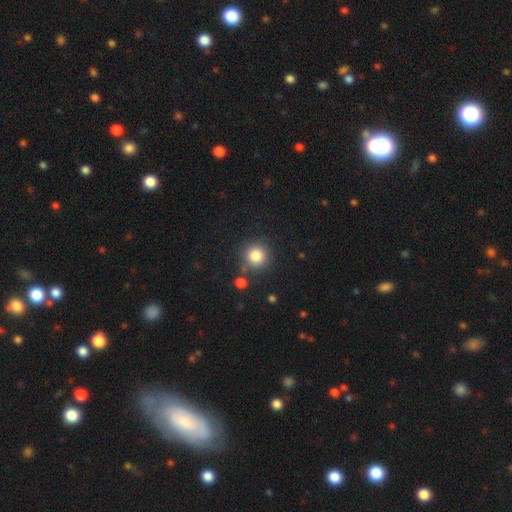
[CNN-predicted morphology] Q: Smooth or featured?
A: smooth (84%); runner-up: star or artifact (11%)
Q: How rounded?
A: round (93%); runner-up: in between (6%)
Q: Merging?
A: none (82%); runner-up: minor disturbance (8%)